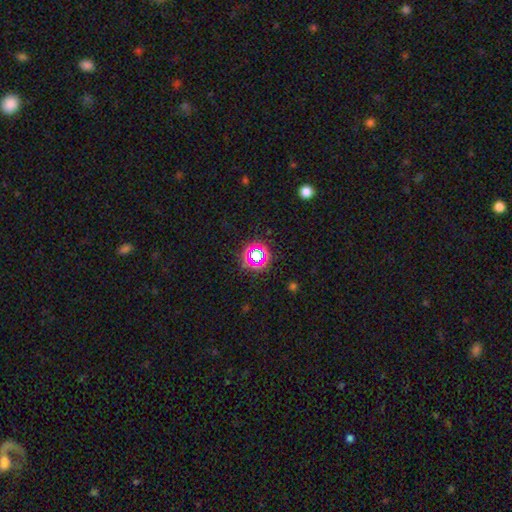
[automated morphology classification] This is likely a star or artifact rather than a galaxy (64%).